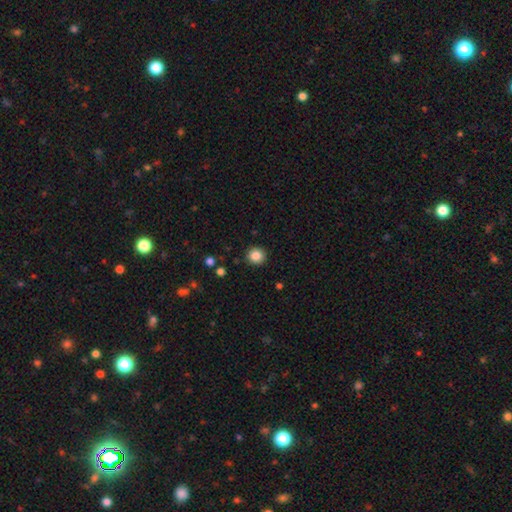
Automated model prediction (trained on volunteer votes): Smooth or featured?
  - smooth: 85% *
  - star or artifact: 10%
  - featured or disk: 5%
How rounded?
  - round: 92% *
  - in between: 7%
  - cigar-shaped: 1%
Merging?
  - none: 92% *
  - minor disturbance: 5%
  - major disturbance: 2%
  - merger: 1%